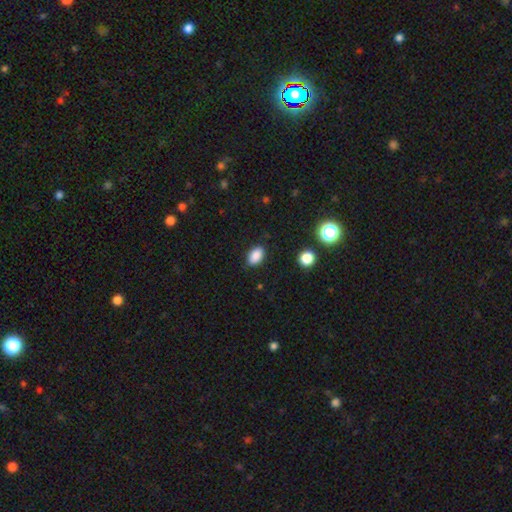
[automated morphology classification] smooth 87%, star or artifact 9%, featured or disk 4%. Down the decision tree: how rounded — in between (88%); merging — none (86%).